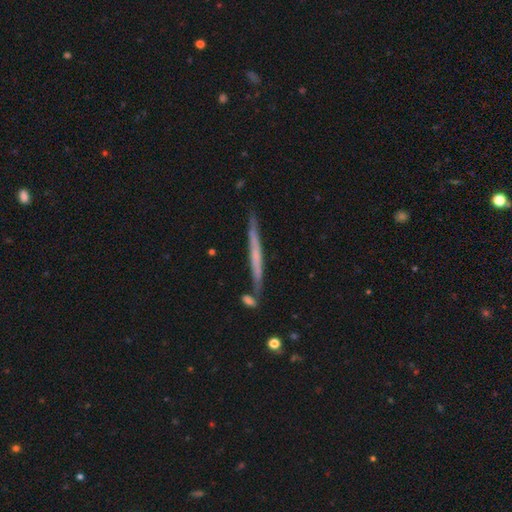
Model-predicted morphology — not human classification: This appears to be a featured or disk galaxy (56%) viewed edge-on (96%) with no central bulge (80%). Merging: none (80%).